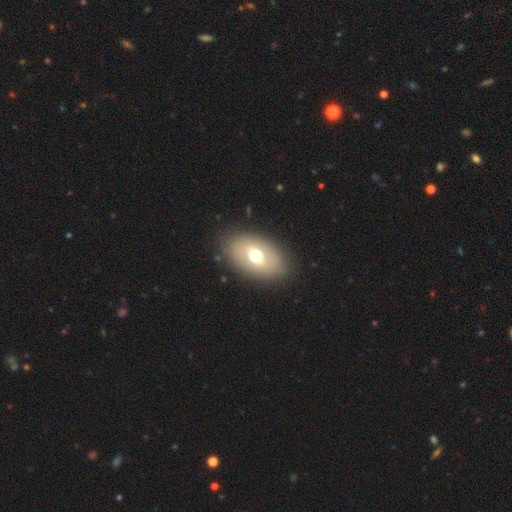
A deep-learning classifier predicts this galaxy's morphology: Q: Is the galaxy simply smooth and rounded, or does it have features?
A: smooth — 57%.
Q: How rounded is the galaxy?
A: in between — 85%.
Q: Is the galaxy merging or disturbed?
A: none — 83%.